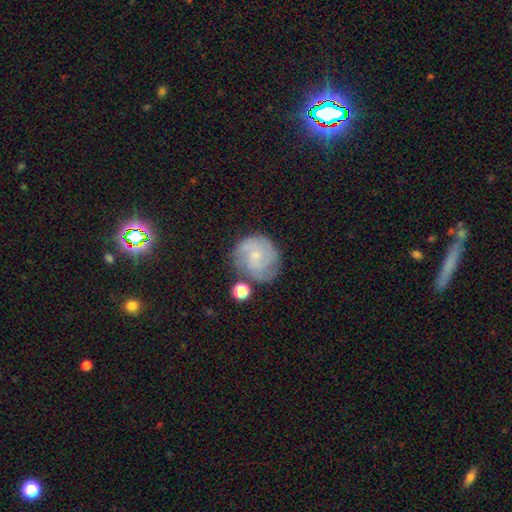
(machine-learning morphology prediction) This appears to be a featured or disk galaxy (61%) with no bar (70%), tight (54%) spiral arms (87%) and a small central bulge (72%). Merging: none (64%).